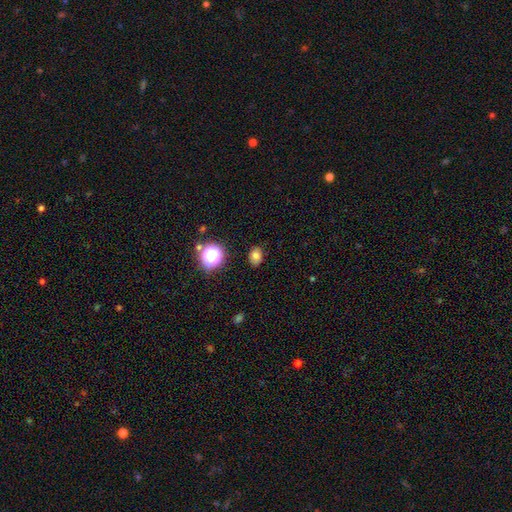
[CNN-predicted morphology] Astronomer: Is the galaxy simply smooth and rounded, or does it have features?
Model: smooth — 76%.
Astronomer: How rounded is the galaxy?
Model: in between — 62%.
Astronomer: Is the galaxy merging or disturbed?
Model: none — 84%.